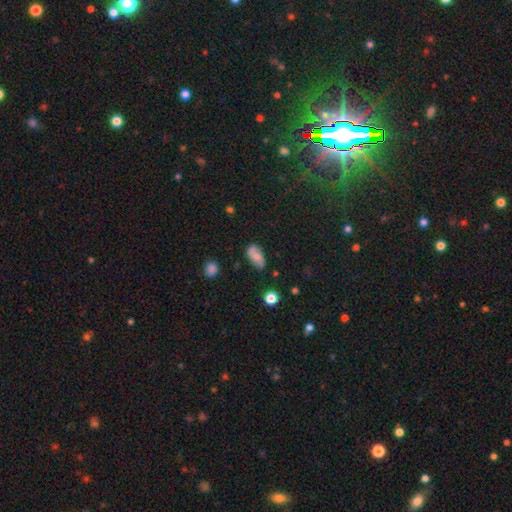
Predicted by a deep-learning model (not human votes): Smooth or featured?
  - smooth: 63% *
  - featured or disk: 27%
  - star or artifact: 10%
How rounded?
  - in between: 90% *
  - cigar-shaped: 5%
  - round: 5%
Merging?
  - none: 58% *
  - minor disturbance: 29%
  - major disturbance: 8%
  - merger: 5%